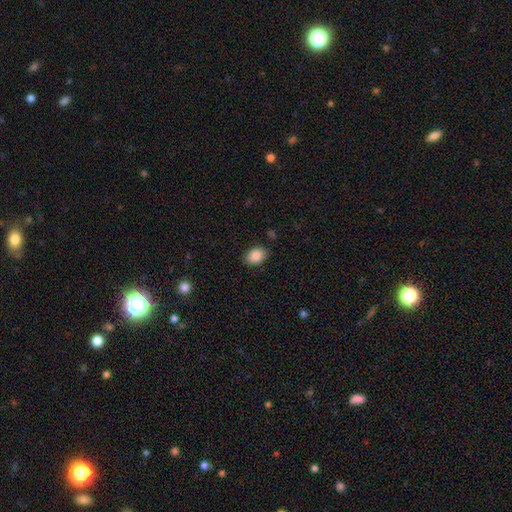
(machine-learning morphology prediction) Smooth or featured? Predicted: smooth (p=0.88). How rounded? Predicted: in between (p=0.75). Merging? Predicted: none (p=0.84).